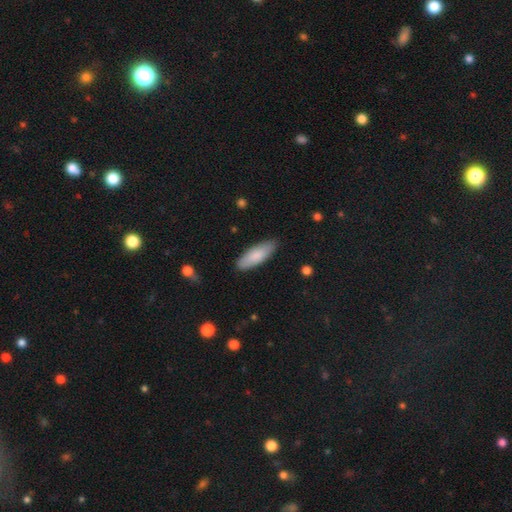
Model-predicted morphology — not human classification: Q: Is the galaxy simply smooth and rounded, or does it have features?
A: smooth — 83%.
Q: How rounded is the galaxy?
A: in between — 63%.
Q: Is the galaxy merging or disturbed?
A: none — 86%.